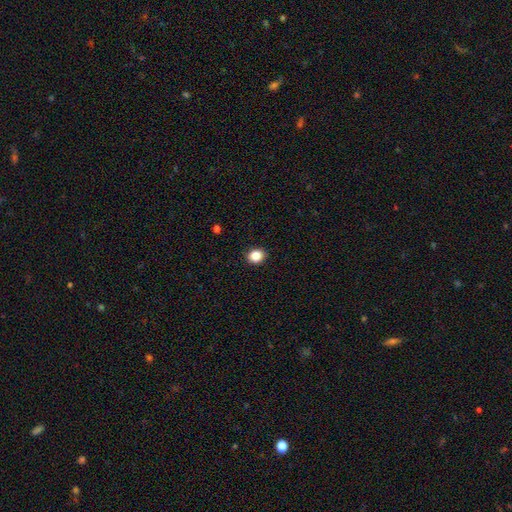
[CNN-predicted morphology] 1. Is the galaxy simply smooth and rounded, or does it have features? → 86% smooth, 10% star or artifact, 4% featured or disk.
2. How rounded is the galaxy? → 70% round, 29% in between, 1% cigar-shaped.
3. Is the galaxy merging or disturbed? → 91% none, 6% minor disturbance, 2% major disturbance, 1% merger.